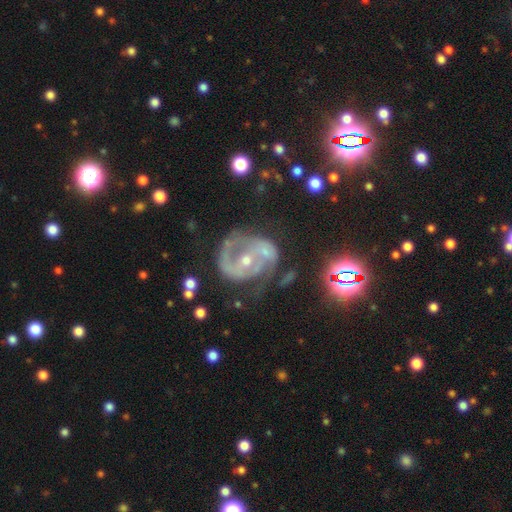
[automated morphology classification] type=featured or disk (82%); edge-on=no (97%); bar=no (39%); spiral arms=yes (90%); winding=medium (47%); arm count=2 (71%); bulge=small (60%); merging=none (53%).